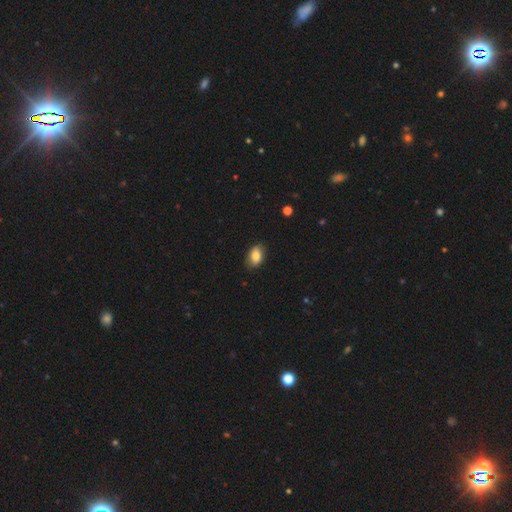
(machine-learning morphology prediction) smooth_or_featured: smooth (p=0.82) [alt: featured or disk p=0.10]
how_rounded: in between (p=0.89) [alt: round p=0.09]
merging: none (p=0.81) [alt: minor disturbance p=0.15]